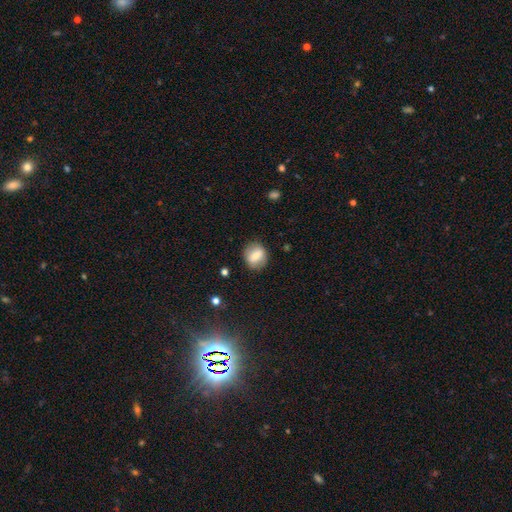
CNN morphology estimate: smooth_or_featured: smooth (p=0.71) [alt: featured or disk p=0.21]
how_rounded: round (p=0.68) [alt: in between p=0.31]
merging: none (p=0.84) [alt: minor disturbance p=0.11]